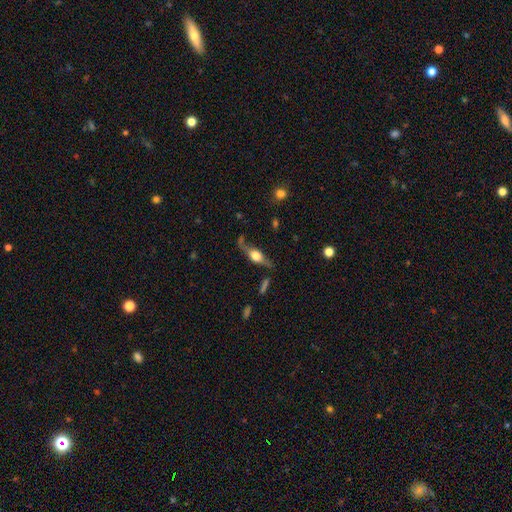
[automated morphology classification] featured or disk 54%, smooth 38%, star or artifact 8%. Down the decision tree: edge-on disk — yes (75%); merging — none (60%).